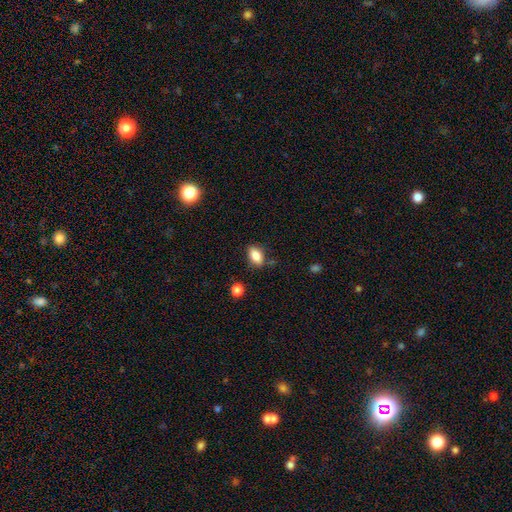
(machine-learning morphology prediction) smooth 83%, star or artifact 8%, featured or disk 8%. Down the decision tree: how rounded — in between (86%); merging — none (79%).